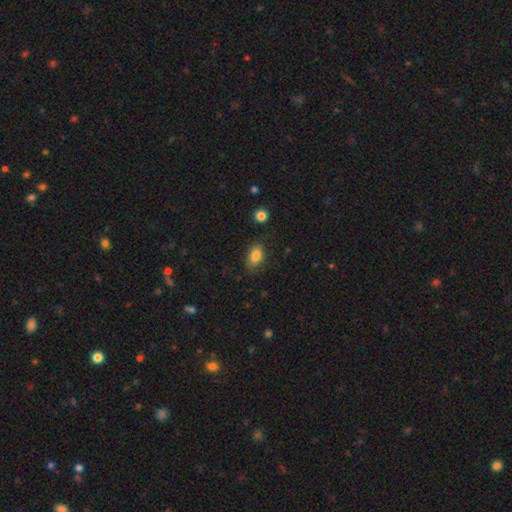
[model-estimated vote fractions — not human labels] Smooth or featured: smooth — 84% (star or artifact — 9%)
How rounded: in between — 88% (round — 8%)
Merging: none — 79% (minor disturbance — 16%)